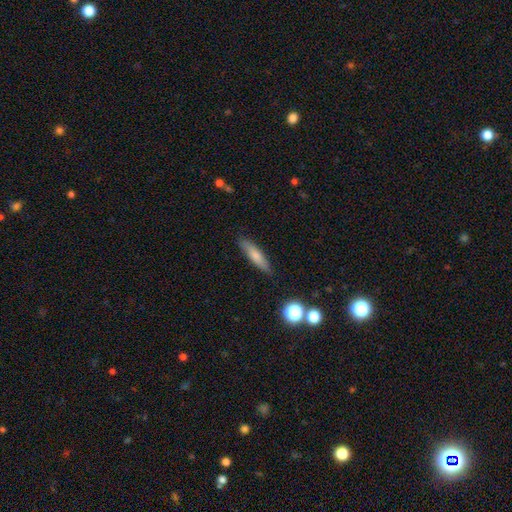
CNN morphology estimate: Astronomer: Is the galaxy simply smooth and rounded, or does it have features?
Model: smooth — 73%.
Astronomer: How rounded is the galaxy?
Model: cigar-shaped — 78%.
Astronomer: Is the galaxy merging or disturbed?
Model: none — 85%.